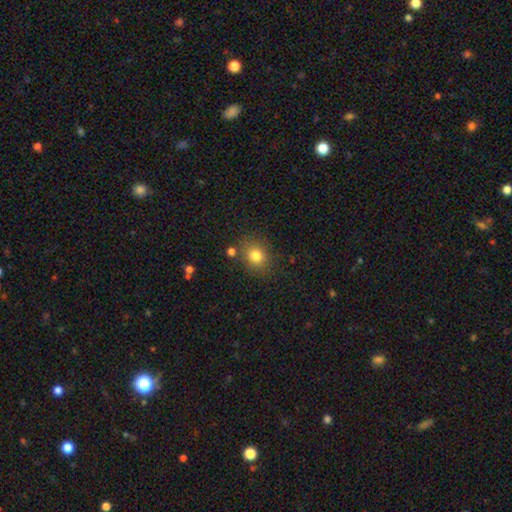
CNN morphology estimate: Smooth or featured: smooth — 80% (star or artifact — 12%)
How rounded: round — 68% (in between — 31%)
Merging: none — 79% (minor disturbance — 12%)